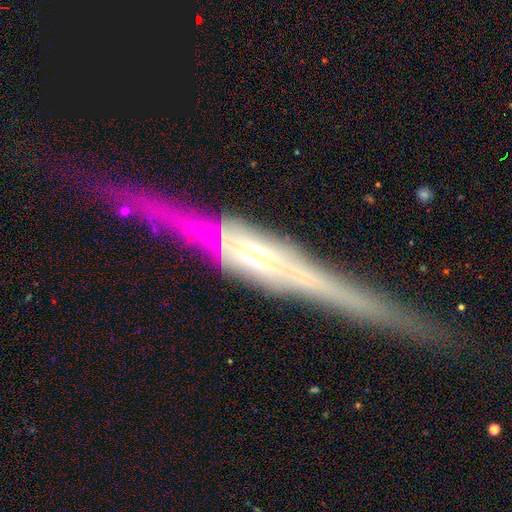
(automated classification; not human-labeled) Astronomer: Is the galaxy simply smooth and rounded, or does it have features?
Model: featured or disk — 86%.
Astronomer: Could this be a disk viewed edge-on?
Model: yes — 96%.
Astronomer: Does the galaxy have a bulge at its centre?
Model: rounded — 67%.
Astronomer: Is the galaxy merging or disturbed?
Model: none — 79%.